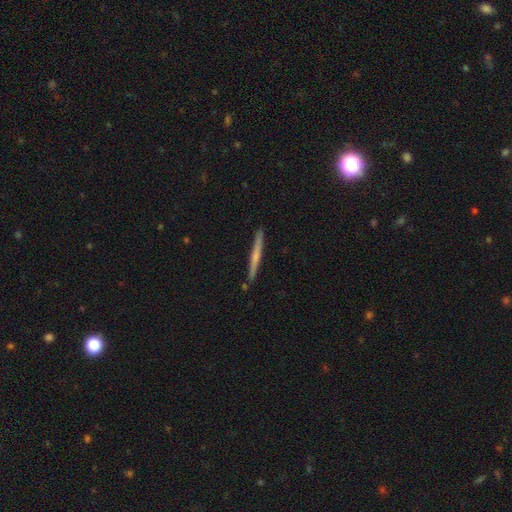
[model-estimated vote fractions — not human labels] The model was most divided on "smooth or featured": featured or disk: 48%, smooth: 46%, star or artifact: 6%. More confident: merging — none (90%).